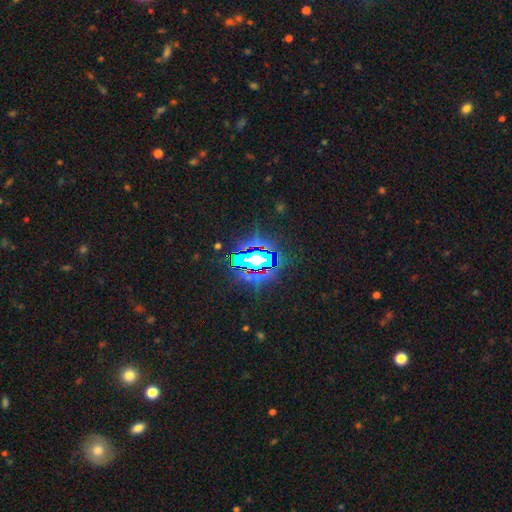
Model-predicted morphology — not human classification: star or artifact 74%, smooth 14%, featured or disk 12%.